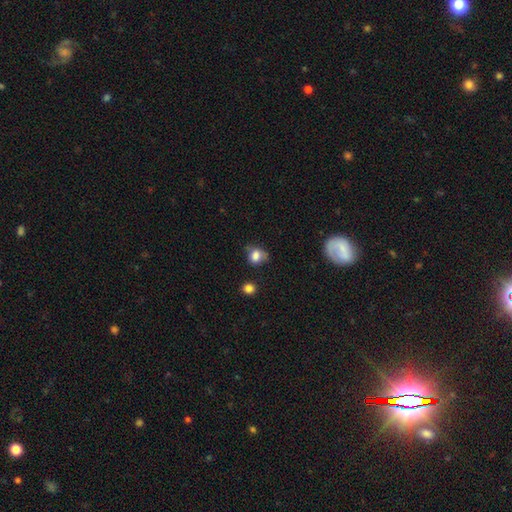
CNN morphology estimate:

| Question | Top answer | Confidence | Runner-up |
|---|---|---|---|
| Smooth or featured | smooth | 77% | featured or disk (12%) |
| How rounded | round | 55% | in between (43%) |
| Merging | none | 47% | minor disturbance (32%) |